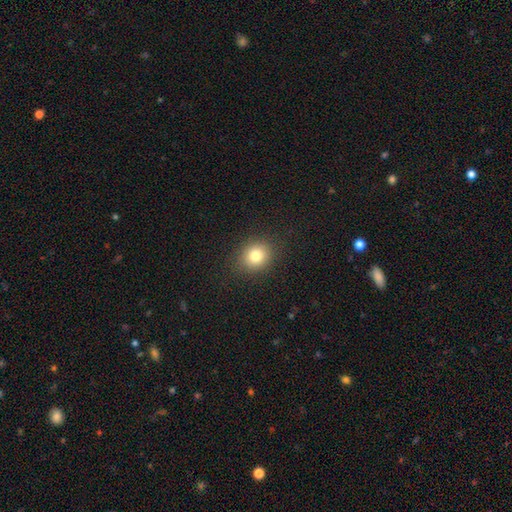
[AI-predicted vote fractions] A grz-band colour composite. It shows a smooth galaxy with no disk features (80%) that is round (73%). Merging: none (89%).